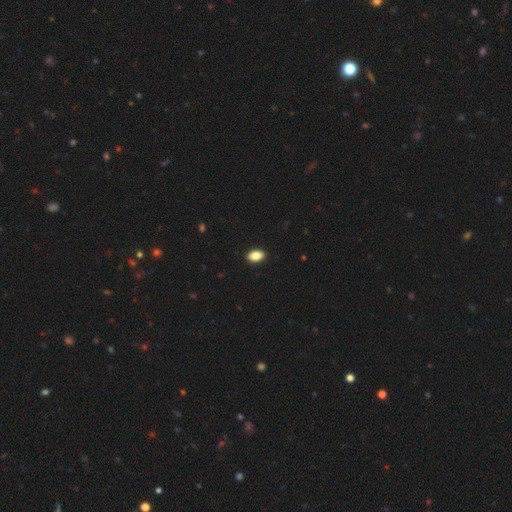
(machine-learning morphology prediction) Smooth or featured: smooth — 86% (star or artifact — 8%)
How rounded: in between — 90% (round — 8%)
Merging: none — 91% (minor disturbance — 6%)